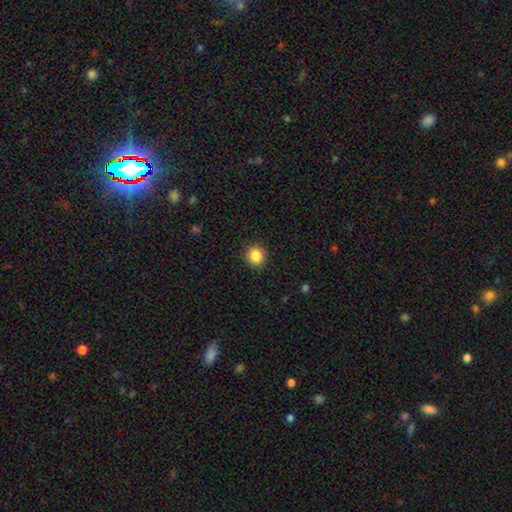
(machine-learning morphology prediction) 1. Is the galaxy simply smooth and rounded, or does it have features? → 87% smooth, 10% star or artifact, 4% featured or disk.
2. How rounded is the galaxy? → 90% round, 10% in between, 1% cigar-shaped.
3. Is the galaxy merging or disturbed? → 91% none, 6% minor disturbance, 2% major disturbance, 1% merger.